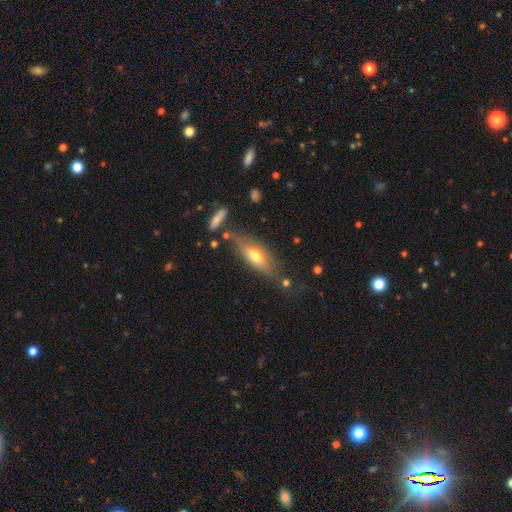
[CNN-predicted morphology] This is possibly a smooth galaxy (58%). How rounded: likely in between (60%). Merging: likely none (68%).